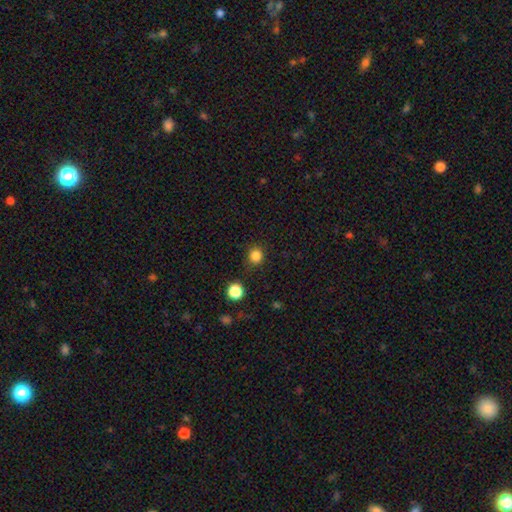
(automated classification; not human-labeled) This appears to be a smooth galaxy with no disk features (83%) that is round (89%). Merging: none (86%).